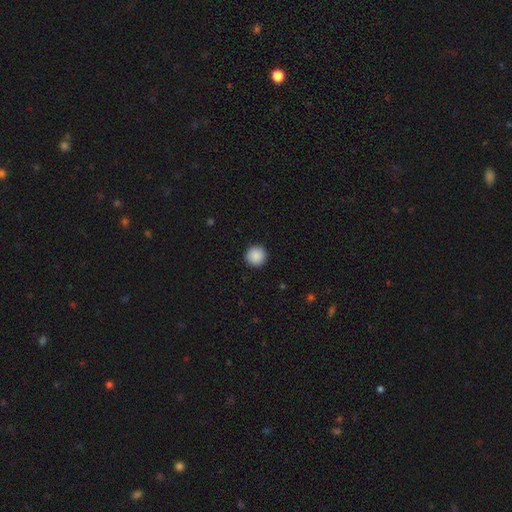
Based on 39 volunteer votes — smooth-or-featured: smooth: 92% | star or artifact: 8% | featured or disk: 0%
  how-rounded: round: 97% | in between: 3% | cigar-shaped: 0%
  merging: none: 92% | minor disturbance: 6% | major disturbance: 3% | merger: 0%